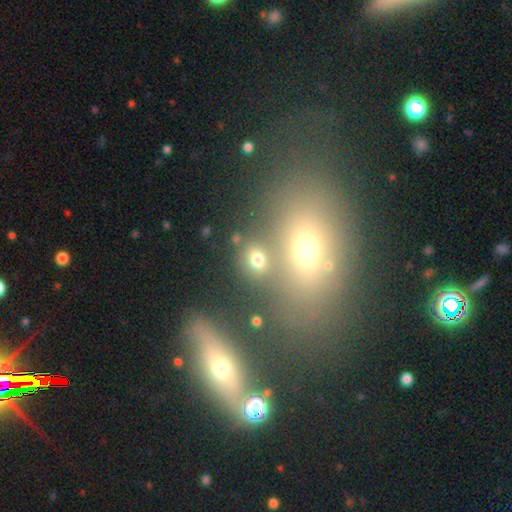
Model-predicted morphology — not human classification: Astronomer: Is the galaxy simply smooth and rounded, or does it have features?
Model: smooth — 71%.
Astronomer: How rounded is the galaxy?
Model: in between — 55% (runner-up: round, 42%).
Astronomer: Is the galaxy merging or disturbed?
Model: none — 60%.